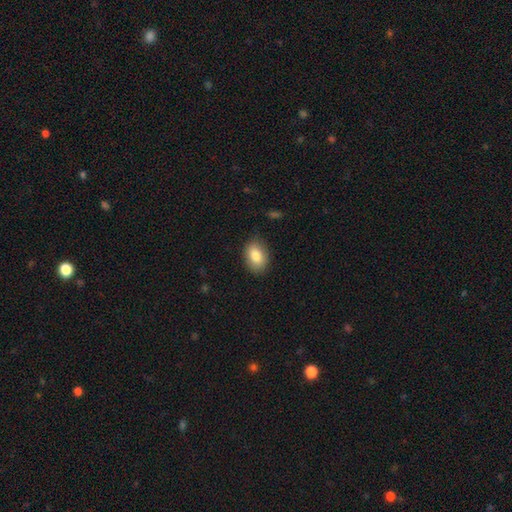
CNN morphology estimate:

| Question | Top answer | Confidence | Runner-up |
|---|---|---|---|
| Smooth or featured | smooth | 84% | featured or disk (9%) |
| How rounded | in between | 84% | round (14%) |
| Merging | none | 85% | minor disturbance (12%) |